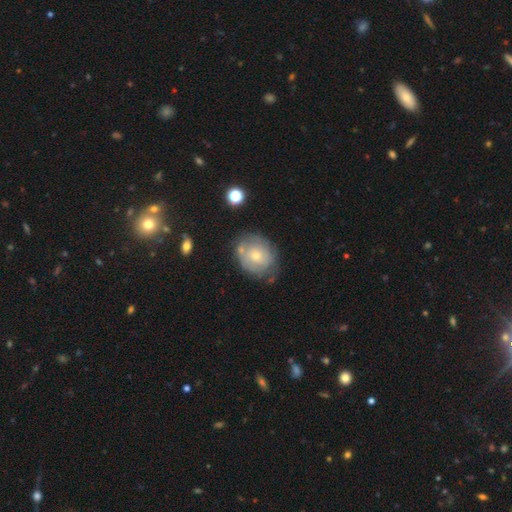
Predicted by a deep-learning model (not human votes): Overall: smooth (46%, tied with featured or disk). Merging: none (58%; minor disturbance 26%).